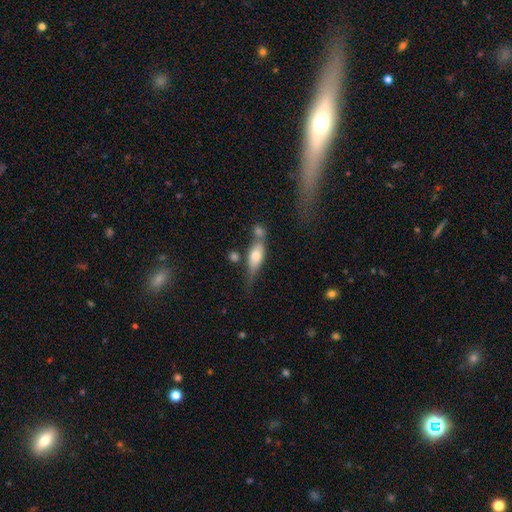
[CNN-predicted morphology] A smooth galaxy with no disk features (59%) that is in between round and cigar-shaped (58%).

Vote fractions:
- Smooth or featured? smooth: 59% / featured or disk: 35% / star or artifact: 7%
- How rounded? in between: 58% / cigar-shaped: 38% / round: 4%
- Merging? none: 42% / merger: 27% / minor disturbance: 21% / major disturbance: 10%